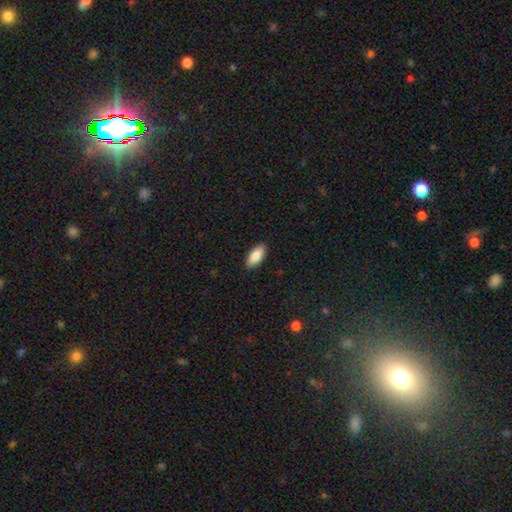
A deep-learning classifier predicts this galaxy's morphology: Smooth or featured? Predicted: smooth (p=0.87). How rounded? Predicted: in between (p=0.85). Merging? Predicted: none (p=0.89).